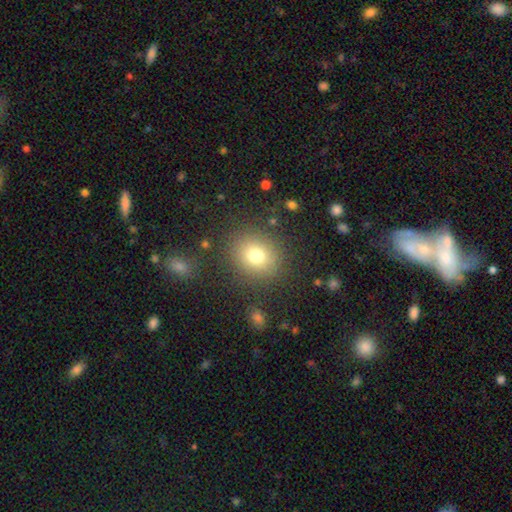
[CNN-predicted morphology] Smooth or featured? smooth (76%)
How rounded? round (74%)
Merging? none (85%)